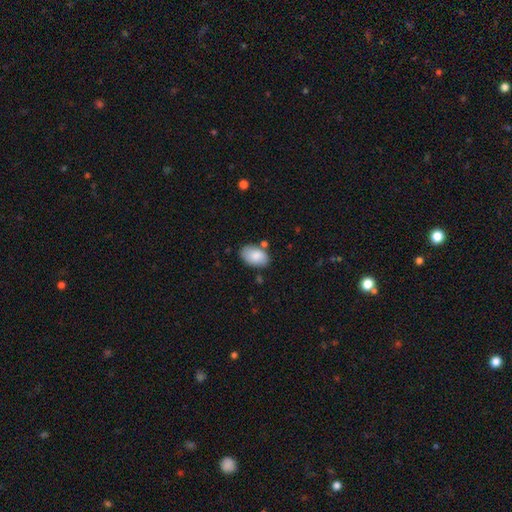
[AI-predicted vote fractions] Morphology: type=smooth (85%); roundness=in between (92%); merging=none (74%).